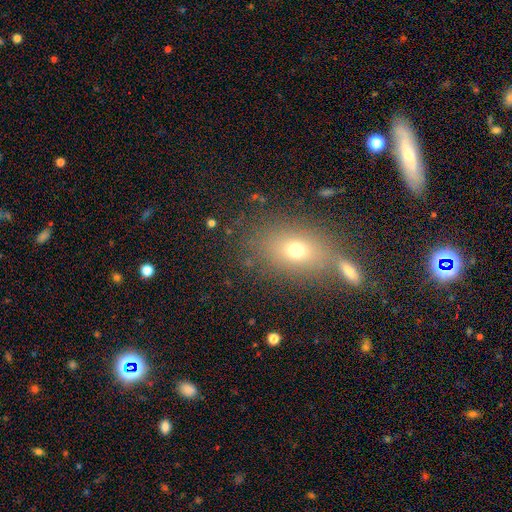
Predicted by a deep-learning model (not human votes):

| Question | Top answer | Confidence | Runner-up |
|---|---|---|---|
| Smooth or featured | smooth | 58% | star or artifact (24%) |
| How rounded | in between | 67% | round (29%) |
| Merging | none | 68% | merger (15%) |